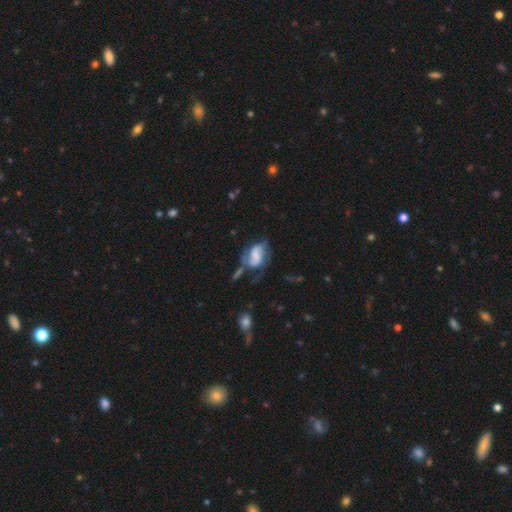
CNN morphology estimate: This is likely a featured or disk galaxy (66%). It is clearly not viewed edge-on (97%). Bar: marginally weak (43%). Spiral arm pattern: clearly yes (84%). Spiral arm count: likely 2 (75%). Spiral winding: marginally medium (45%). Central bulge: marginally small (31%). Merging: marginally none (35%).